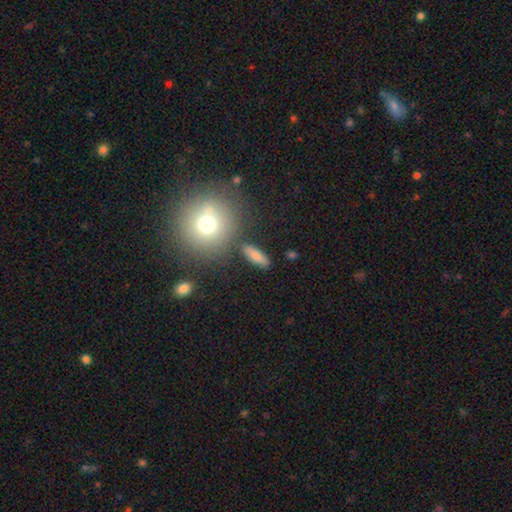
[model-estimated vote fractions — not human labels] This appears to be a smooth galaxy with no disk features (76%) that is cigar-shaped (47%, tied with in between). Merging: none (82%).